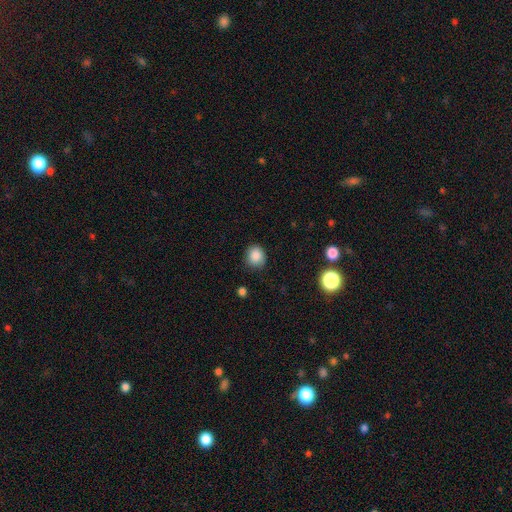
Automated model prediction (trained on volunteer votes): Morphology: type=smooth (86%); roundness=round (78%); merging=none (82%).